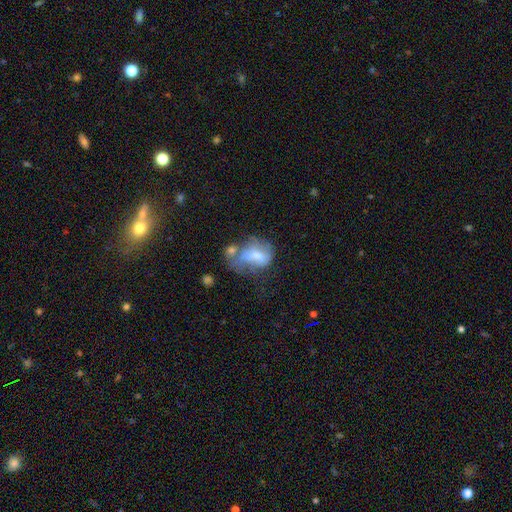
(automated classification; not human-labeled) Smooth or featured? smooth (47%)
Merging? major disturbance (33%)